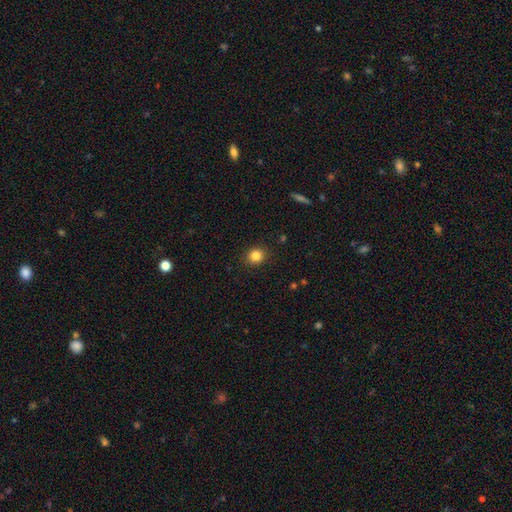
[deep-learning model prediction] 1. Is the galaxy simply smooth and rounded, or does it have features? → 84% smooth, 11% star or artifact, 5% featured or disk.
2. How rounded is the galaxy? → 83% round, 16% in between, 1% cigar-shaped.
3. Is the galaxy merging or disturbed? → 90% none, 7% minor disturbance, 2% major disturbance, 1% merger.